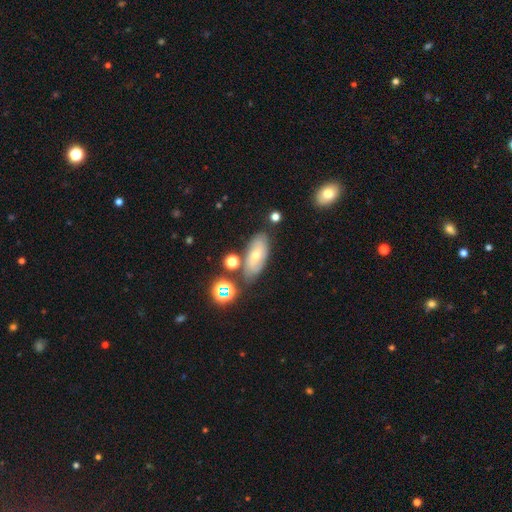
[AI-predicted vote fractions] This is possibly a smooth galaxy (46%). Merging: likely none (68%).